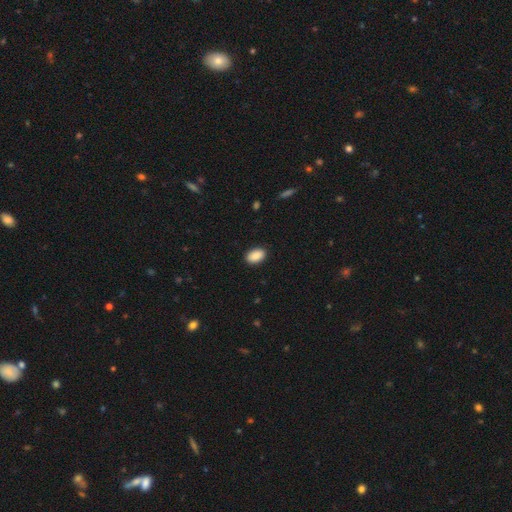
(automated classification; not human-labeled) Overall: smooth (91%). How rounded: in between (91%). Merging: none (90%).